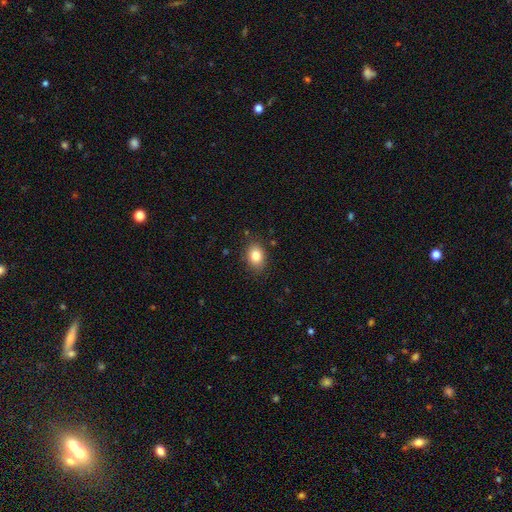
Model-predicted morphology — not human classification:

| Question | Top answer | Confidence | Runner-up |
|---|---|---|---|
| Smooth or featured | smooth | 83% | star or artifact (9%) |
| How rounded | in between | 66% | round (33%) |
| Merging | none | 85% | minor disturbance (11%) |